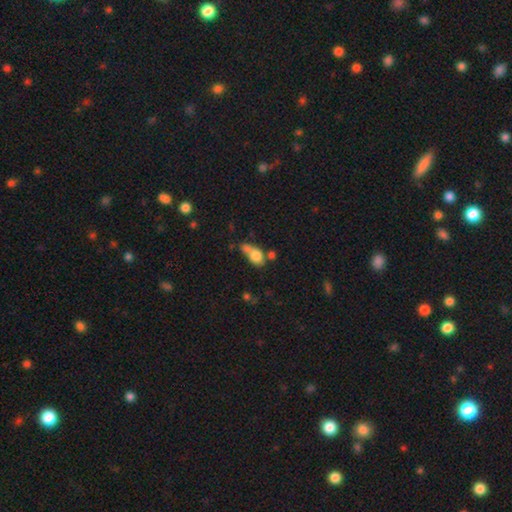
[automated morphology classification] A smooth galaxy with no disk features (73%) that is in between round and cigar-shaped (66%).

Vote fractions:
- Smooth or featured? smooth: 73% / featured or disk: 16% / star or artifact: 10%
- How rounded? in between: 66% / round: 28% / cigar-shaped: 7%
- Merging? merger: 39% / none: 25% / minor disturbance: 20% / major disturbance: 17%